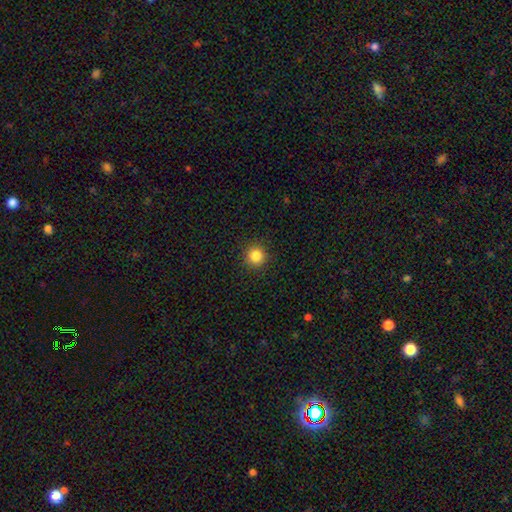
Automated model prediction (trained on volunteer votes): Q: Smooth or featured?
A: smooth (84%); runner-up: star or artifact (12%)
Q: How rounded?
A: round (95%); runner-up: in between (4%)
Q: Merging?
A: none (92%); runner-up: minor disturbance (5%)